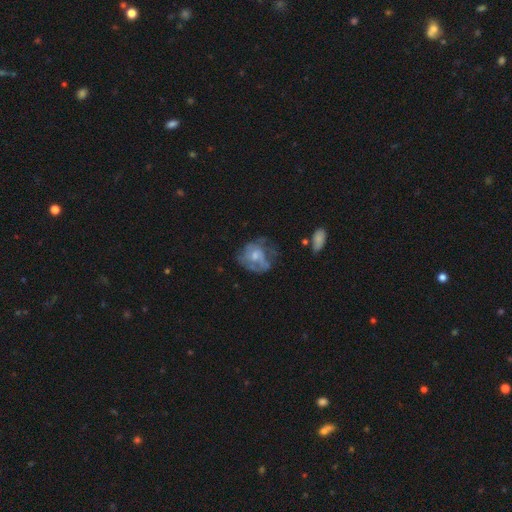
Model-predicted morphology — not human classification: Smooth or featured? featured or disk (54%)
Edge-on disk? no (97%)
Bar? no (78%)
Spiral arms? no (56%)
Bulge size? moderate (44%)
Merging? none (39%)